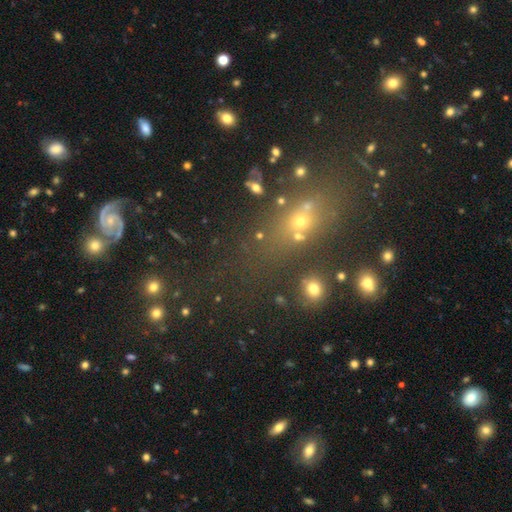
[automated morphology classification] This is marginally a star or artifact rather than a galaxy (45%).